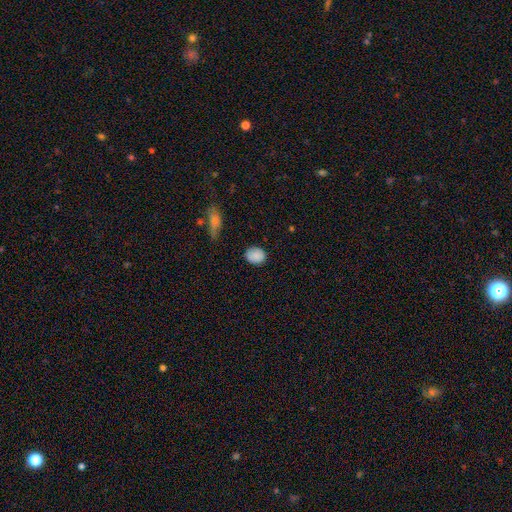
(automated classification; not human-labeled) A smooth galaxy with no disk features (86%) that is round (57%). Merging: none (81%).